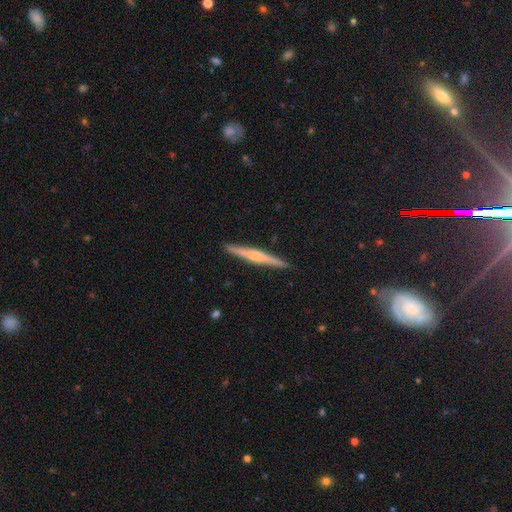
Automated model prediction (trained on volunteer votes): Smooth or featured?
  - featured or disk: 69% *
  - smooth: 26%
  - star or artifact: 5%
Edge-on disk?
  - yes: 98% *
  - no: 2%
Edge-on bulge?
  - rounded: 64% *
  - boxy: 23%
  - none: 13%
Merging?
  - none: 92% *
  - minor disturbance: 6%
  - major disturbance: 1%
  - merger: 1%